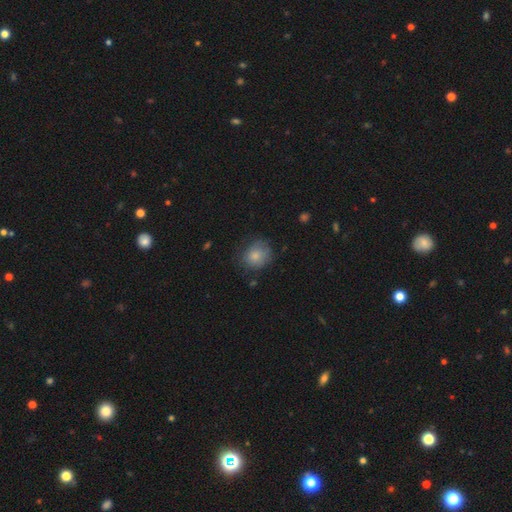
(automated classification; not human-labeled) Overall: smooth (80%). How rounded: round (74%). Merging: none (67%).